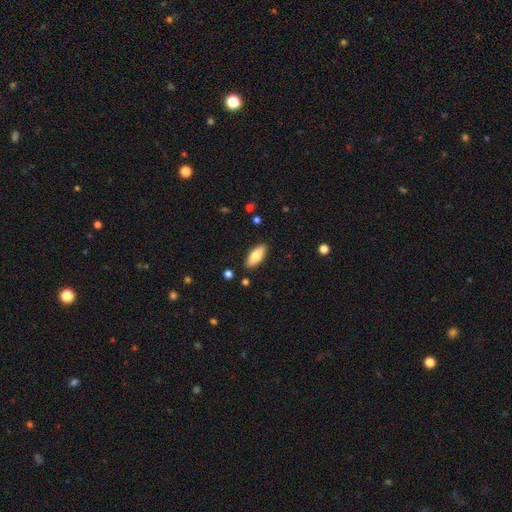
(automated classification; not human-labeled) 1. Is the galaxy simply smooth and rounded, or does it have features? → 76% smooth, 18% featured or disk, 6% star or artifact.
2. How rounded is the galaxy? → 79% in between, 19% cigar-shaped, 2% round.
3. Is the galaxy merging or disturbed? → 88% none, 8% minor disturbance, 2% major disturbance, 2% merger.